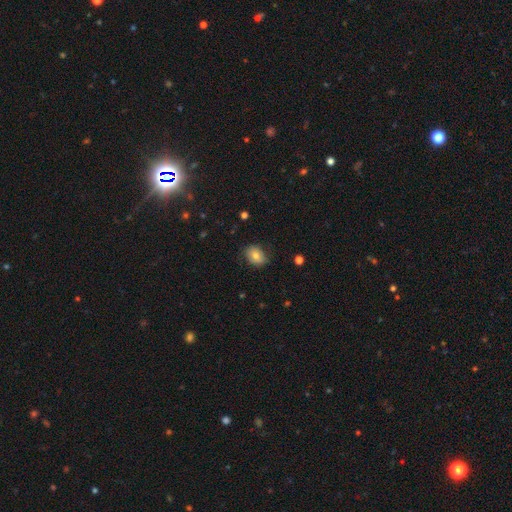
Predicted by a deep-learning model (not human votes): A smooth galaxy with no disk features (74%) that is in between round and cigar-shaped (63%).

Vote fractions:
- Smooth or featured? smooth: 74% / featured or disk: 16% / star or artifact: 10%
- How rounded? in between: 63% / round: 36% / cigar-shaped: 1%
- Merging? none: 77% / minor disturbance: 18% / major disturbance: 4% / merger: 1%